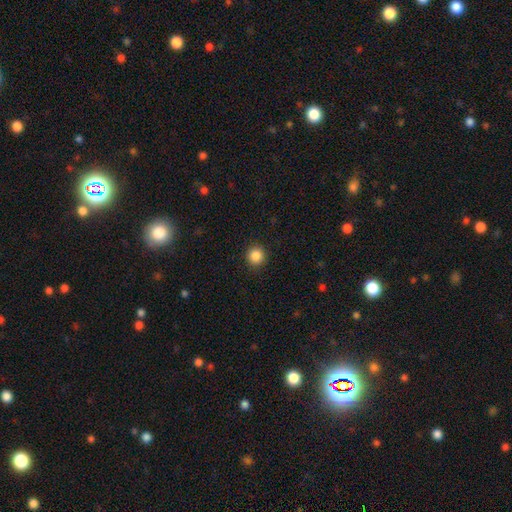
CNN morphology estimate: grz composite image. It shows a smooth galaxy with no disk features (87%) that is round (93%). Merging: none (92%).